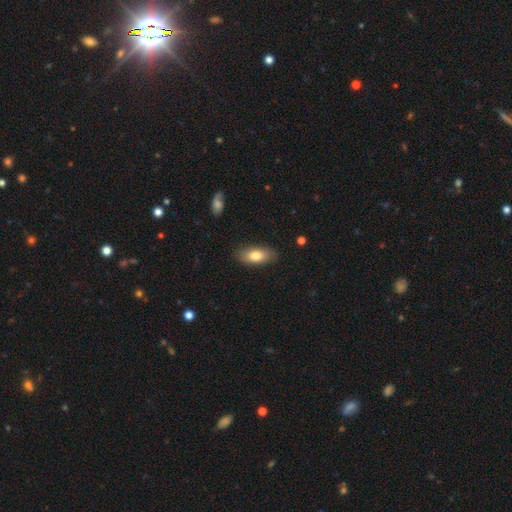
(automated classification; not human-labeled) Smooth or featured? Predicted: smooth (p=0.78). How rounded? Predicted: in between (p=0.87). Merging? Predicted: none (p=0.84).